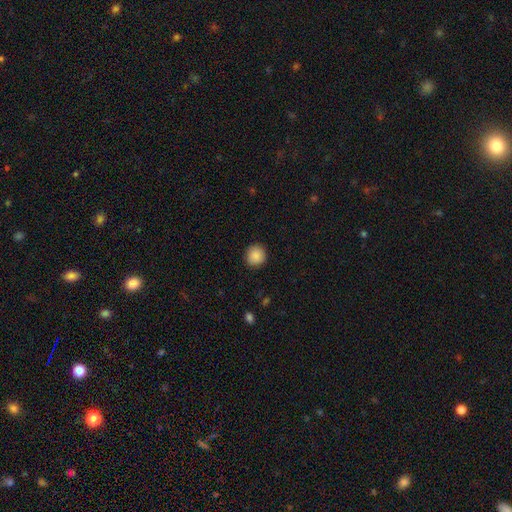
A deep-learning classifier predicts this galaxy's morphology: smooth 88%, star or artifact 9%, featured or disk 3%. Down the decision tree: how rounded — round (90%); merging — none (91%).